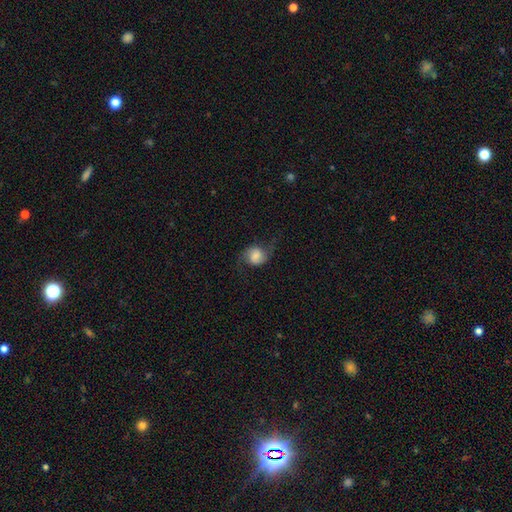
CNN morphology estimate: A featured or disk galaxy (55%) with no bar (56%), spiral arms (91%) and a moderate central bulge (34%).

Vote fractions:
- Smooth or featured? featured or disk: 55% / smooth: 36% / star or artifact: 9%
- Edge-on disk? no: 97% / yes: 3%
- Bar? no: 56% / weak: 35% / strong: 9%
- Spiral arms? yes: 91% / no: 9%
- Bulge size? moderate: 34% / small: 27% / large: 19% / none: 12% / dominant: 8%
- Merging? none: 68% / minor disturbance: 19% / major disturbance: 12% / merger: 1%